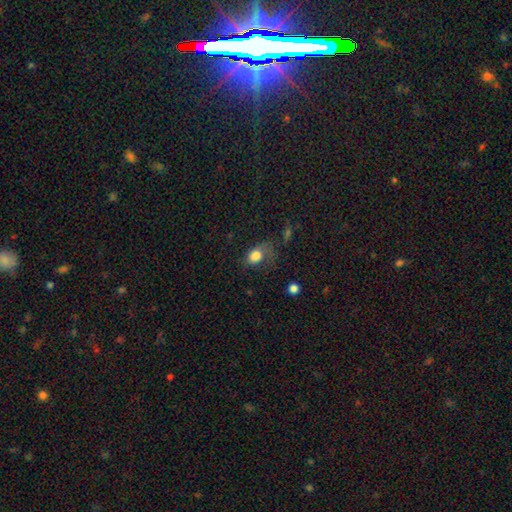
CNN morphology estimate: Smooth or featured? smooth (80%)
How rounded? in between (68%)
Merging? none (37%)